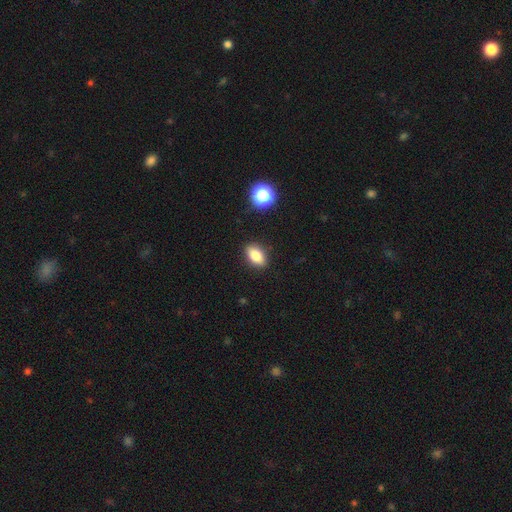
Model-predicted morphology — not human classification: This appears to be a smooth galaxy with no disk features (82%) that is in between round and cigar-shaped (87%). Merging: none (88%).